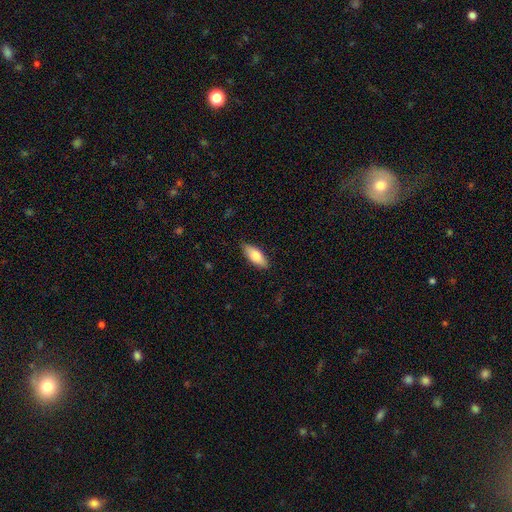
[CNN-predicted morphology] smooth 72%, featured or disk 22%, star or artifact 6%. Down the decision tree: how rounded — in between (76%); merging — none (85%).